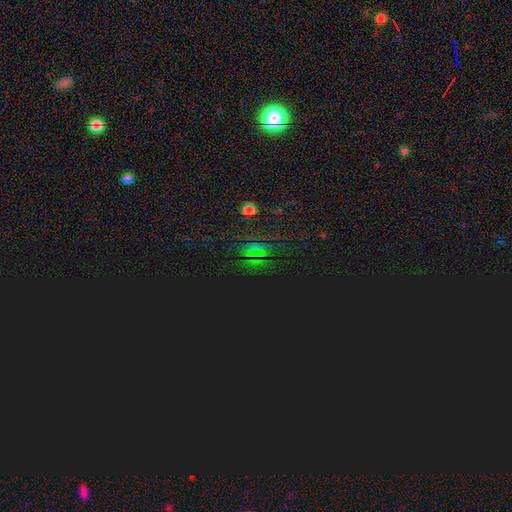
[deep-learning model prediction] The model was most divided on "smooth or featured": star or artifact: 78%, smooth: 15%, featured or disk: 7%.